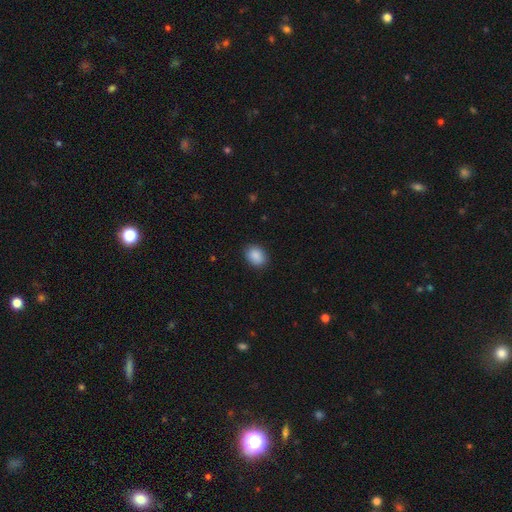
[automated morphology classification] Smooth or featured? Predicted: smooth (p=0.89). How rounded? Predicted: in between (p=0.62). Merging? Predicted: none (p=0.88).